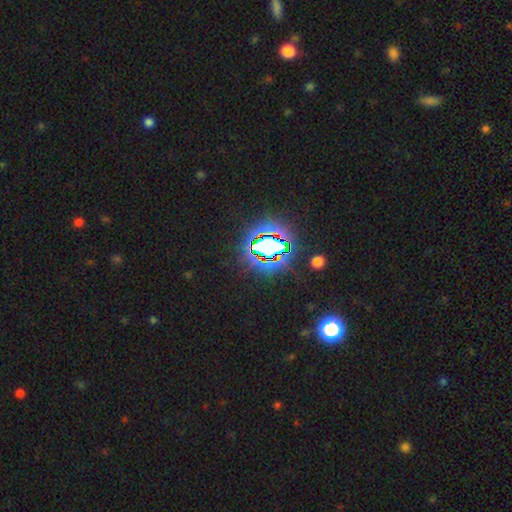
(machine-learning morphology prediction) smooth-or-featured: star or artifact: 83% | smooth: 11% | featured or disk: 6%